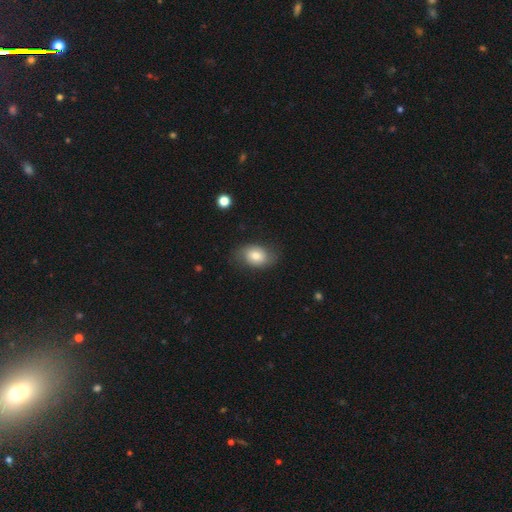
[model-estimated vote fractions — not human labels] Smooth or featured? smooth (73%)
How rounded? in between (78%)
Merging? none (74%)